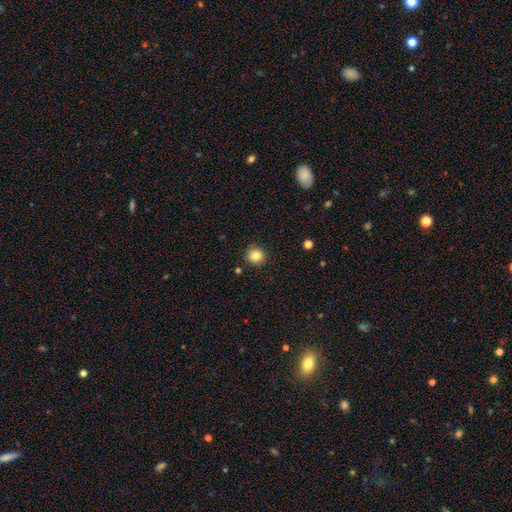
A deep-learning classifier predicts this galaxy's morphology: smooth-or-featured: smooth: 84% | star or artifact: 10% | featured or disk: 5%
  how-rounded: round: 92% | in between: 7% | cigar-shaped: 1%
  merging: none: 88% | minor disturbance: 8% | merger: 2% | major disturbance: 2%